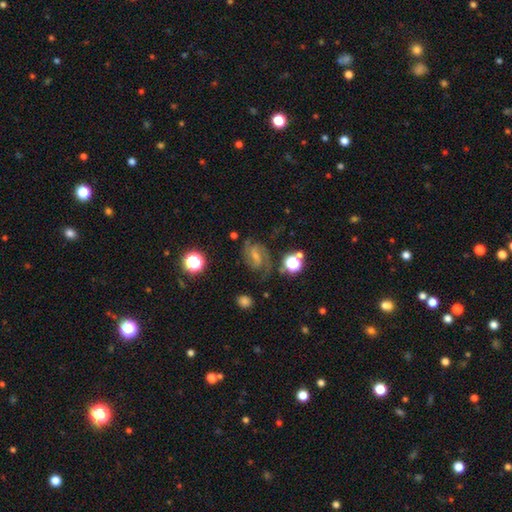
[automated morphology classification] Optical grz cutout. It shows a featured or disk galaxy (74%) with a weak bar (53%), 2 (73%) medium (53%) spiral arms (96%) and a small central bulge (55%). Merging: none (76%).